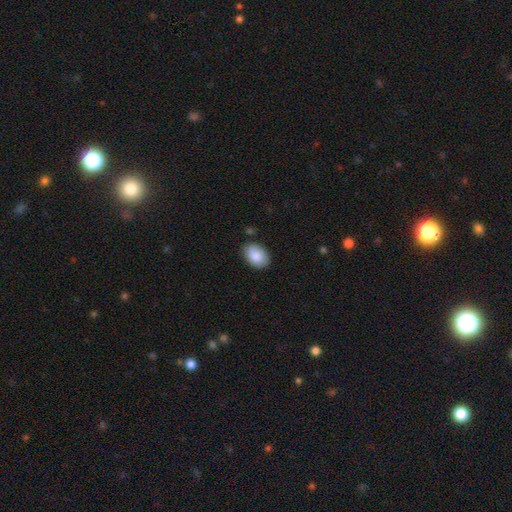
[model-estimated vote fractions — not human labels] Smooth or featured? Predicted: smooth (p=0.88). How rounded? Predicted: in between (p=0.83). Merging? Predicted: none (p=0.80).